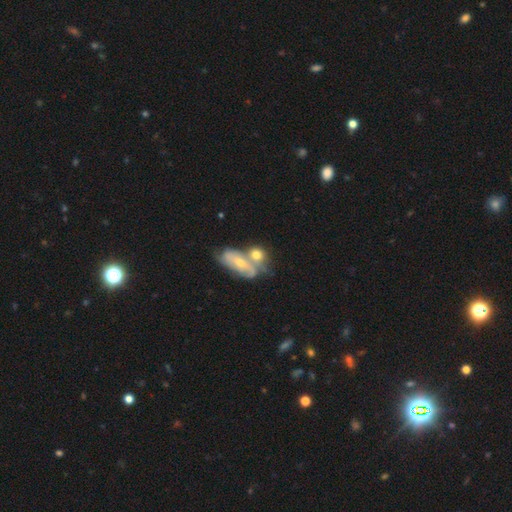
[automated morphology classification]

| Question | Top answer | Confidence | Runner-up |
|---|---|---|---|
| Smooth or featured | featured or disk | 48% | smooth (42%) |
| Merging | merger | 50% | none (32%) |